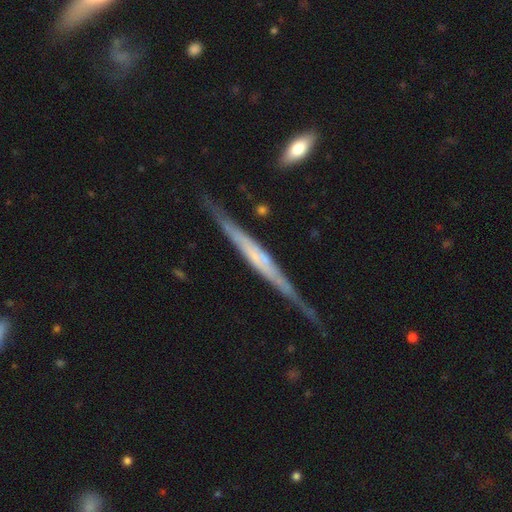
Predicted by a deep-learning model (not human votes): Smooth or featured? Predicted: featured or disk (p=0.77). Edge-on disk? Predicted: yes (p=0.96). Edge-on bulge? Predicted: none (p=0.46). Merging? Predicted: none (p=0.76).